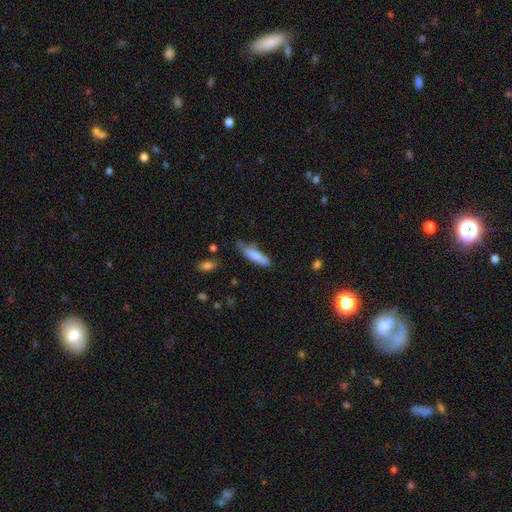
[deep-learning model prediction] A smooth galaxy with no disk features (82%) that is cigar-shaped (68%). Merging: none (57%).